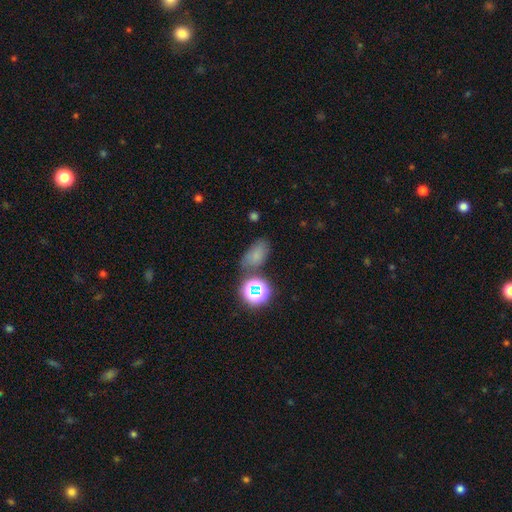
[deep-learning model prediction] Smooth or featured: smooth — 67% (star or artifact — 23%)
How rounded: in between — 83% (round — 15%)
Merging: none — 64% (minor disturbance — 19%)